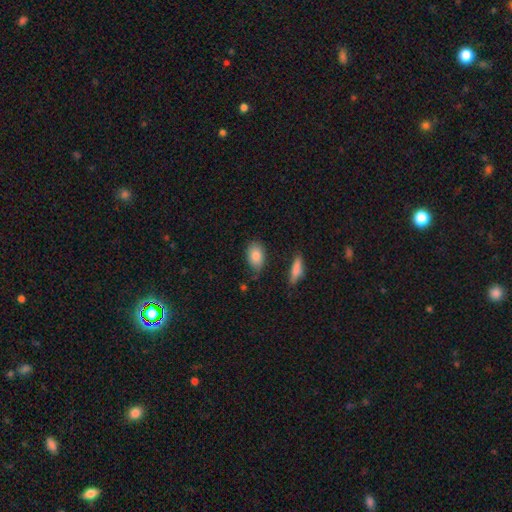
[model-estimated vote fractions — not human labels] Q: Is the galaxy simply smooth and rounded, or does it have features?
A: smooth — 84%.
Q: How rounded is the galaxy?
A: in between — 87%.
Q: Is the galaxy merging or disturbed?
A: none — 69%.